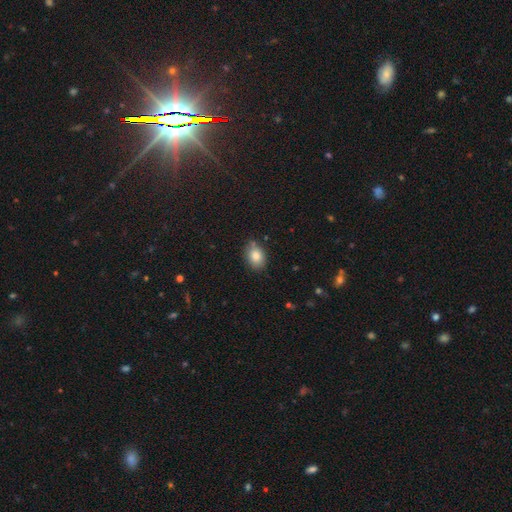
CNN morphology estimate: Smooth or featured: smooth — 83% (star or artifact — 9%)
How rounded: in between — 71% (round — 28%)
Merging: none — 77% (minor disturbance — 16%)